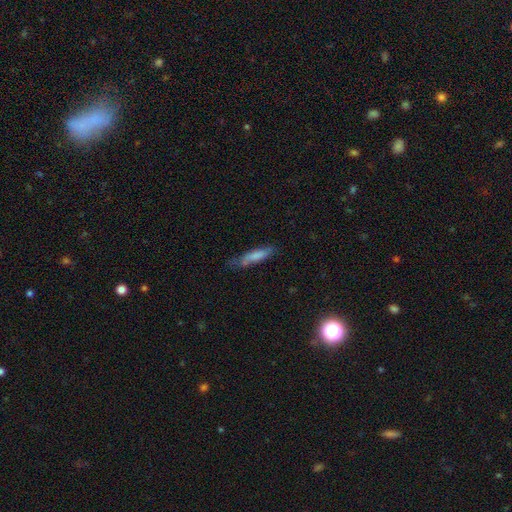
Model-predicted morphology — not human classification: type=smooth (74%); roundness=cigar-shaped (81%); merging=none (60%).